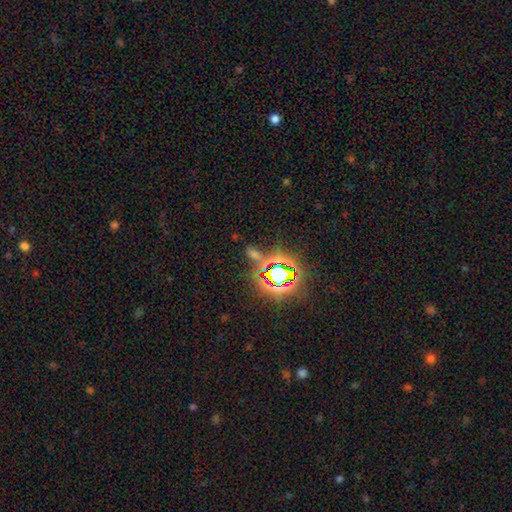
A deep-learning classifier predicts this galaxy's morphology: A star or artifact, not a galaxy (67%).

Vote fractions:
- Smooth or featured? star or artifact: 67% / smooth: 24% / featured or disk: 9%